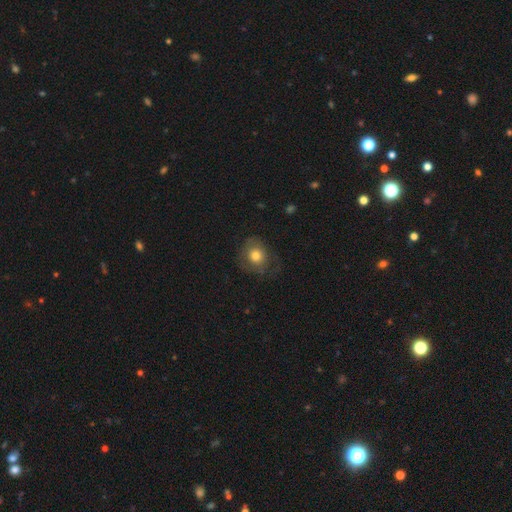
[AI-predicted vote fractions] A smooth galaxy with no disk features (67%) that is round (74%). Merging: none (65%).